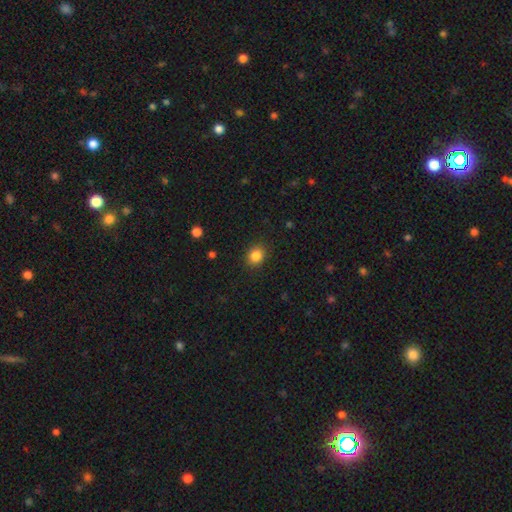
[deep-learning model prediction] smooth_or_featured: smooth (p=0.85) [alt: star or artifact p=0.11]
how_rounded: round (p=0.70) [alt: in between p=0.29]
merging: none (p=0.89) [alt: minor disturbance p=0.08]